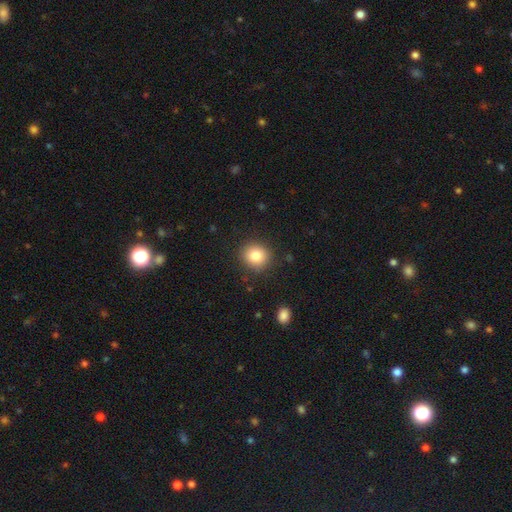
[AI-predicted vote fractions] Q: Smooth or featured?
A: smooth (82%); runner-up: star or artifact (11%)
Q: How rounded?
A: round (85%); runner-up: in between (14%)
Q: Merging?
A: none (89%); runner-up: minor disturbance (8%)